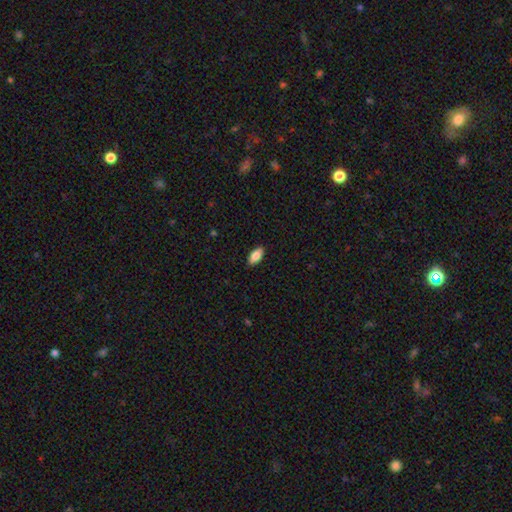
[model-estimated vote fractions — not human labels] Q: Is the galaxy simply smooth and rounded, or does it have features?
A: smooth — 86%.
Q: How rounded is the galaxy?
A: in between — 91%.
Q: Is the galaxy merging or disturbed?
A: none — 89%.